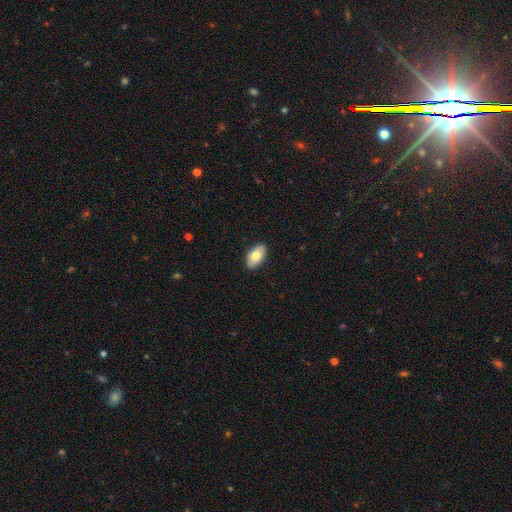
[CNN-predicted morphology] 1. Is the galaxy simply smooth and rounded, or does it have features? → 76% smooth, 18% featured or disk, 6% star or artifact.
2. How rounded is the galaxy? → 94% in between, 3% round, 3% cigar-shaped.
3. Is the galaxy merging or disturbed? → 88% none, 9% minor disturbance, 2% major disturbance, 1% merger.